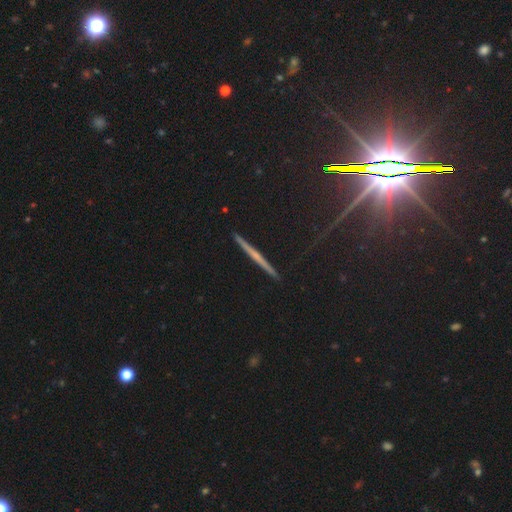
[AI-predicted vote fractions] Smooth or featured?
  - featured or disk: 61% *
  - smooth: 27%
  - star or artifact: 12%
Edge-on disk?
  - yes: 98% *
  - no: 2%
Edge-on bulge?
  - none: 64% *
  - rounded: 29%
  - boxy: 7%
Merging?
  - none: 92% *
  - minor disturbance: 6%
  - major disturbance: 1%
  - merger: 1%